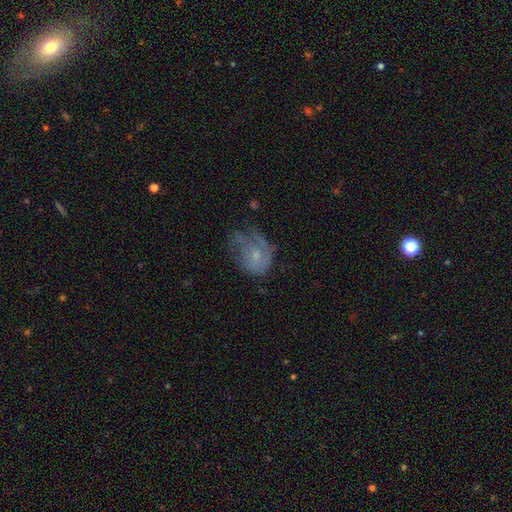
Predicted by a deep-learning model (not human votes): This is possibly a featured or disk galaxy (51%). It is clearly not viewed edge-on (97%). Merging: marginally major disturbance (35%).